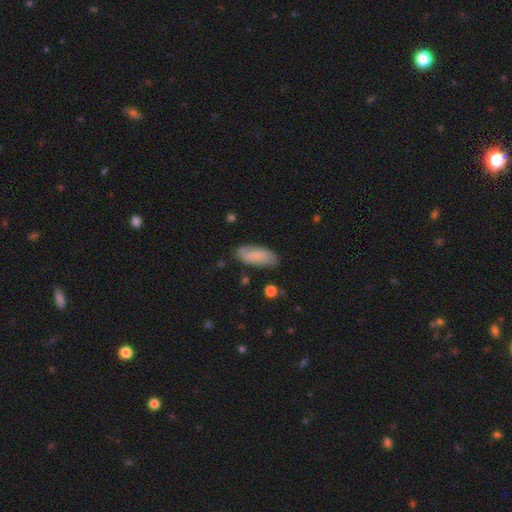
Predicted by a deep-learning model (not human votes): The model was most divided on "smooth or featured": smooth: 75%, featured or disk: 19%, star or artifact: 7%. More confident: how rounded — in between (83%); merging — none (79%).